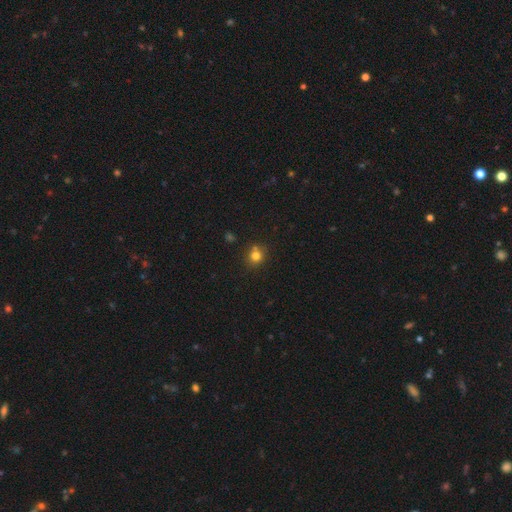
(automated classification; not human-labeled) A smooth galaxy with no disk features (78%) that is round (83%). Merging: none (69%).